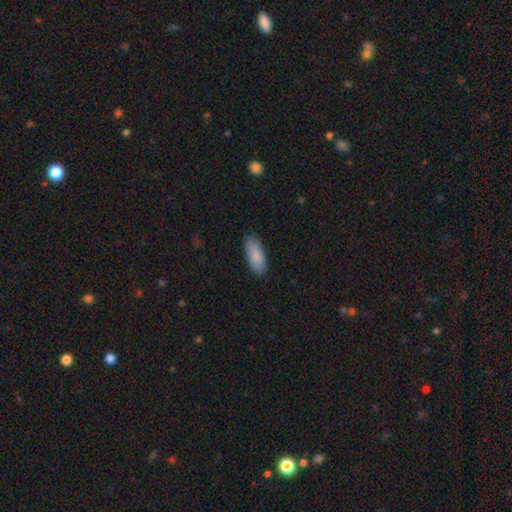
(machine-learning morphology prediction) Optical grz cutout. It shows a smooth galaxy with no disk features (88%) that is in between round and cigar-shaped (81%). Merging: none (86%).